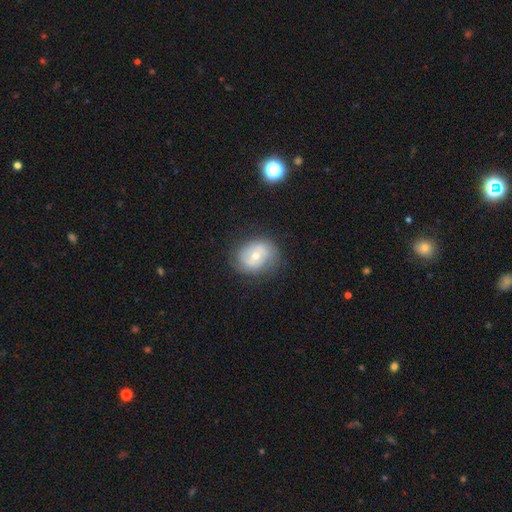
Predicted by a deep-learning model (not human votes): A featured or disk galaxy (51%). Merging: none (73%).